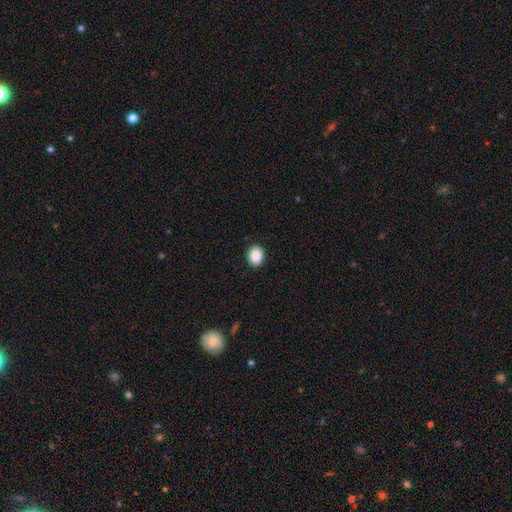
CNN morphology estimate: Smooth or featured? Predicted: smooth (p=0.89). How rounded? Predicted: in between (p=0.56). Merging? Predicted: none (p=0.91).